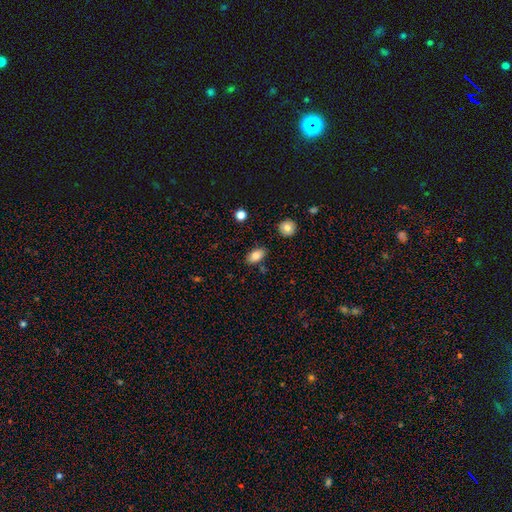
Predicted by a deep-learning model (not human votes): Smooth or featured? smooth (82%)
How rounded? in between (90%)
Merging? none (84%)